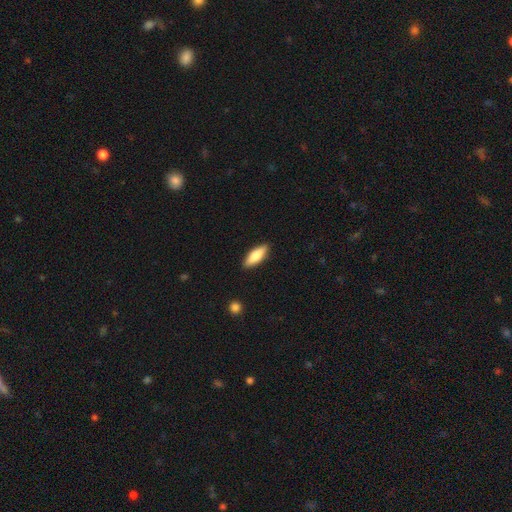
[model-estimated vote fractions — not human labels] Smooth or featured: smooth — 77% (featured or disk — 18%)
How rounded: in between — 61% (cigar-shaped — 37%)
Merging: none — 89% (minor disturbance — 8%)